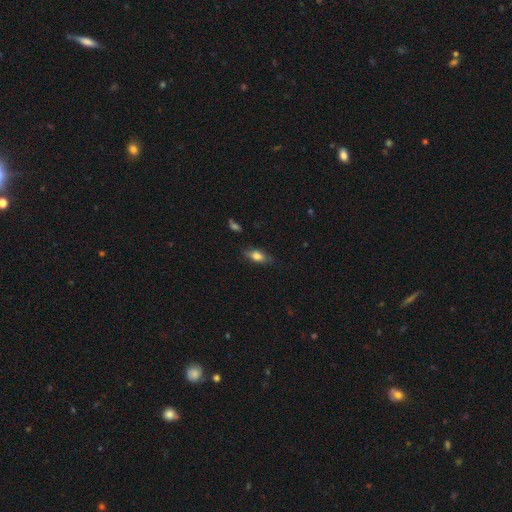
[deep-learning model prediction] Smooth or featured? Predicted: smooth (p=0.75). How rounded? Predicted: in between (p=0.79). Merging? Predicted: none (p=0.77).